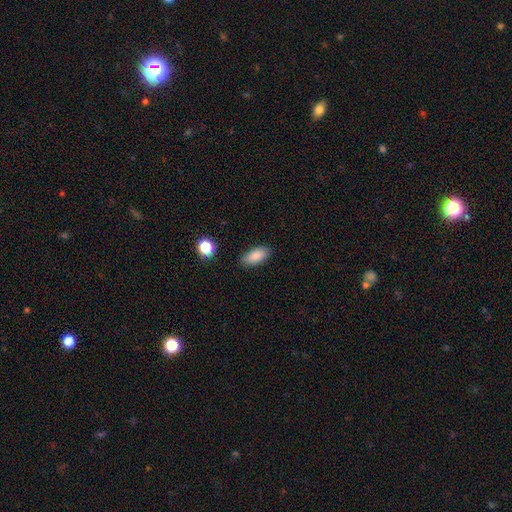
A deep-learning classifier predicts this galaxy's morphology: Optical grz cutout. It shows a smooth galaxy with no disk features (86%) that is in between round and cigar-shaped (88%). Merging: none (85%).